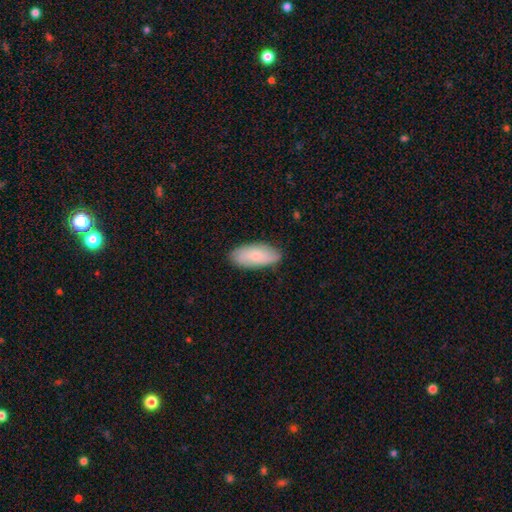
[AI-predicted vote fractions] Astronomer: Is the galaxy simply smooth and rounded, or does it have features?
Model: smooth — 76%.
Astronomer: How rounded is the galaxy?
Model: in between — 87%.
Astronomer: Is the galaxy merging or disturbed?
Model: none — 82%.